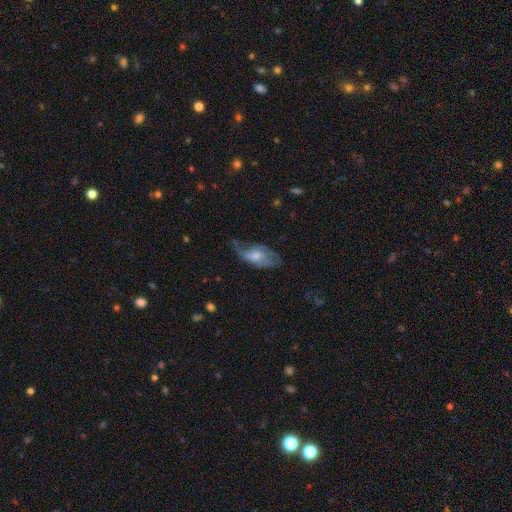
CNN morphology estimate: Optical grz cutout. It shows a featured or disk galaxy (58%) with no bar (69%), spiral arms (74%) and a moderate central bulge (49%). Merging: none (43%).